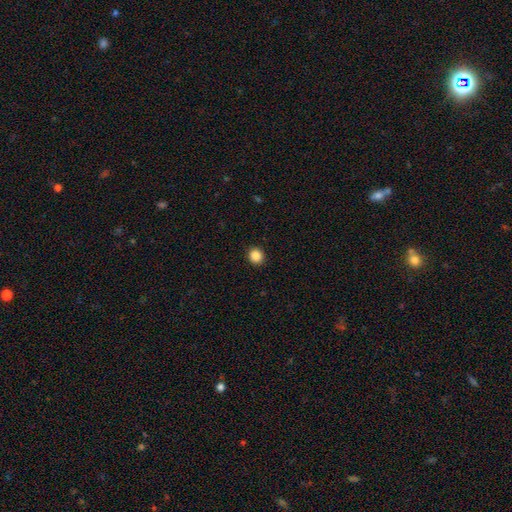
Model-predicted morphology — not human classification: This appears to be a smooth galaxy with no disk features (87%) that is round (89%). Merging: none (93%).